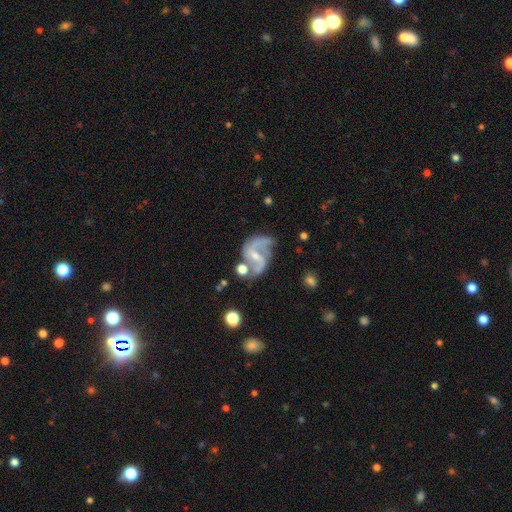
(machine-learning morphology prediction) smooth-or-featured: featured or disk: 88% | smooth: 6% | star or artifact: 6%
  disk-edge-on: no: 98% | yes: 2%
    bar: weak: 47% | strong: 28% | no: 26%
    has-spiral-arms: yes: 96% | no: 4%
      spiral-winding: loose: 50% | medium: 41% | tight: 10%
      spiral-arm-count: 2: 87% | can't tell: 4% | 3: 4% | 1: 3% | 4: 1% | more than 4: 1%
    bulge-size: small: 64% | moderate: 29% | none: 6% | large: 1% | dominant: 1%
  merging: none: 51% | minor disturbance: 23% | major disturbance: 15% | merger: 10%